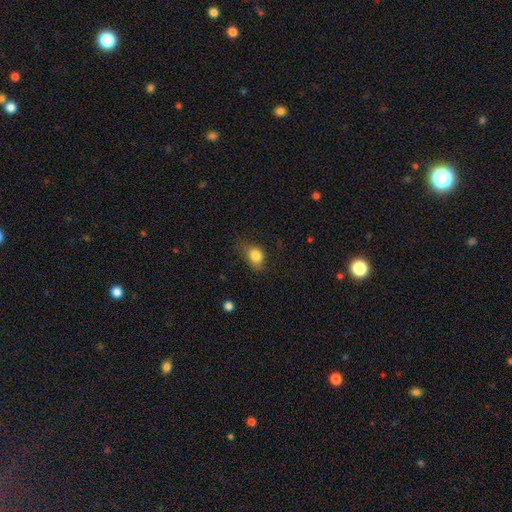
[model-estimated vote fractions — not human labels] smooth_or_featured: smooth (p=0.82) [alt: star or artifact p=0.10]
how_rounded: in between (p=0.54) [alt: round p=0.44]
merging: none (p=0.51) [alt: minor disturbance p=0.33]